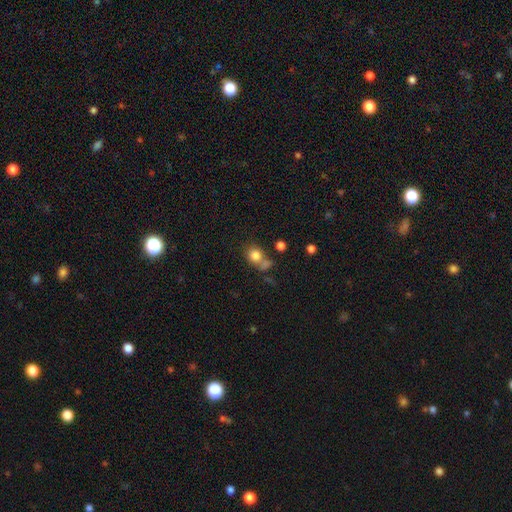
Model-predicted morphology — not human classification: A smooth galaxy with no disk features (81%) that is round (77%).

Vote fractions:
- Smooth or featured? smooth: 81% / star or artifact: 11% / featured or disk: 8%
- How rounded? round: 77% / in between: 21% / cigar-shaped: 1%
- Merging? none: 51% / merger: 29% / minor disturbance: 13% / major disturbance: 7%